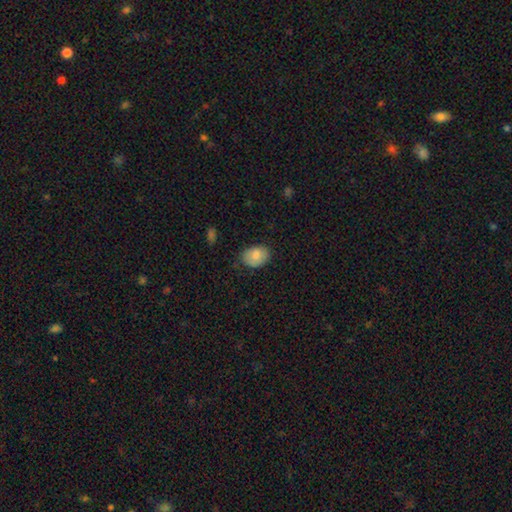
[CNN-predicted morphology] A smooth galaxy with no disk features (83%) that is in between round and cigar-shaped (74%). Merging: none (76%).